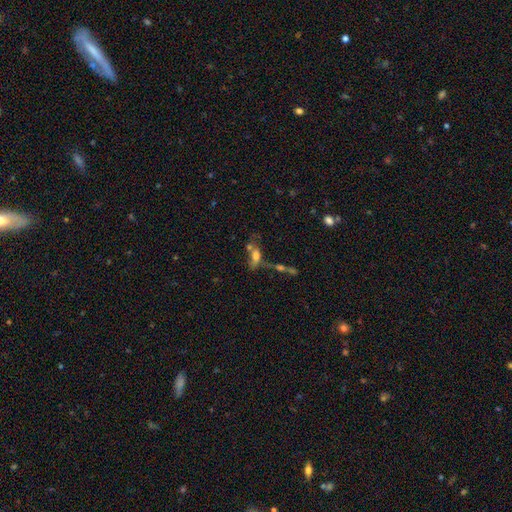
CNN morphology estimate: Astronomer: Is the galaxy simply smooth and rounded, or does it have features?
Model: smooth — 52% (runner-up: featured or disk, 31%).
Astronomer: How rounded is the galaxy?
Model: in between — 69%.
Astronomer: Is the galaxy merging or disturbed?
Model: merger — 43% (runner-up: none, 28%).